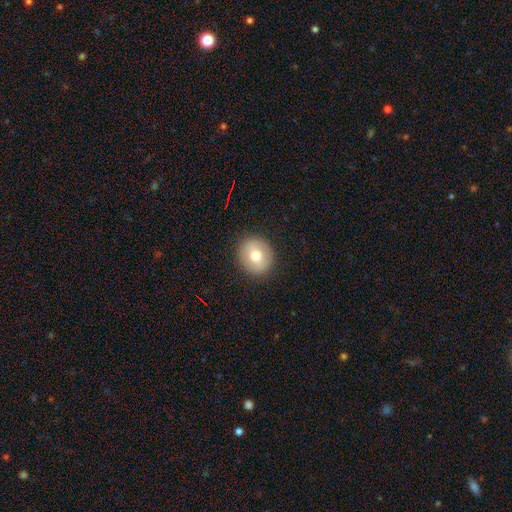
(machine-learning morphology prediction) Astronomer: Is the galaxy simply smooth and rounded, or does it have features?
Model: smooth — 72%.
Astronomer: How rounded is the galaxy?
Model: round — 86%.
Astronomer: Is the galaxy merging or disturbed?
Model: none — 90%.